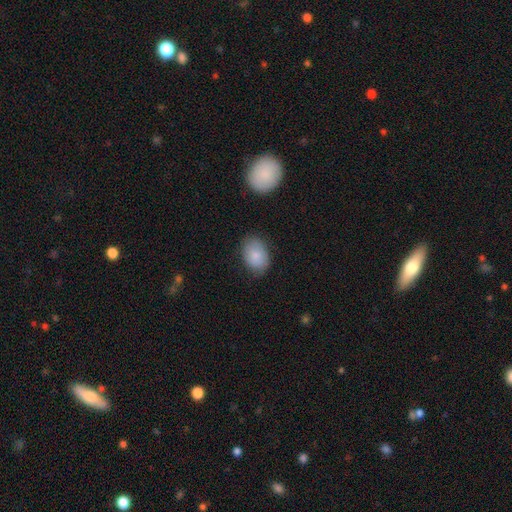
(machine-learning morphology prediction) Smooth or featured? Predicted: smooth (p=0.82). How rounded? Predicted: in between (p=0.81). Merging? Predicted: none (p=0.78).